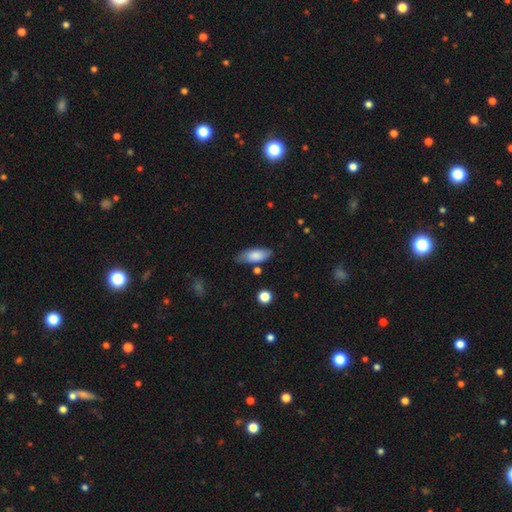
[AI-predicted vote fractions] smooth 82%, featured or disk 12%, star or artifact 6%. Down the decision tree: how rounded — in between (79%); merging — none (75%).